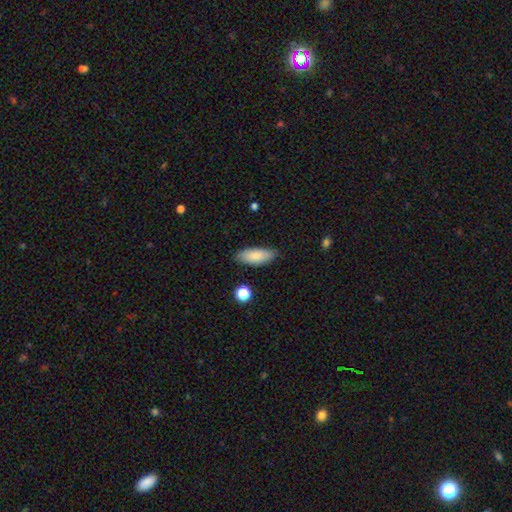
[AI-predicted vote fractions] smooth 83%, featured or disk 10%, star or artifact 6%. Down the decision tree: how rounded — in between (79%); merging — none (83%).